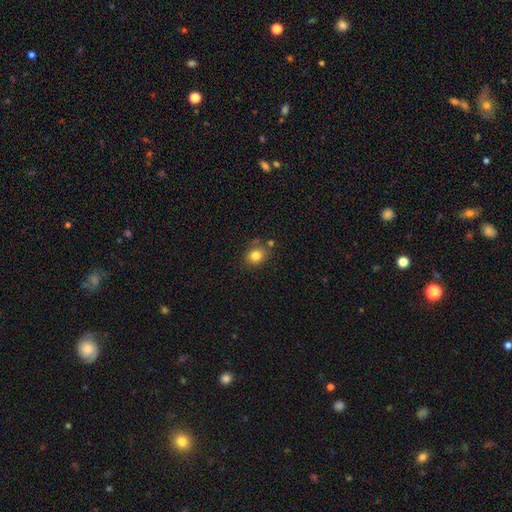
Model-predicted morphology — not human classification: Smooth or featured? smooth (81%)
How rounded? round (63%)
Merging? none (71%)